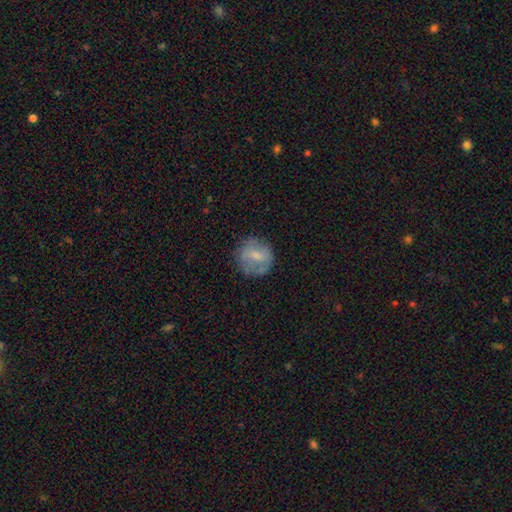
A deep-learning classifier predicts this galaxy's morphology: Q: Smooth or featured?
A: smooth (58%); runner-up: featured or disk (34%)
Q: How rounded?
A: round (87%); runner-up: in between (12%)
Q: Merging?
A: none (71%); runner-up: minor disturbance (19%)